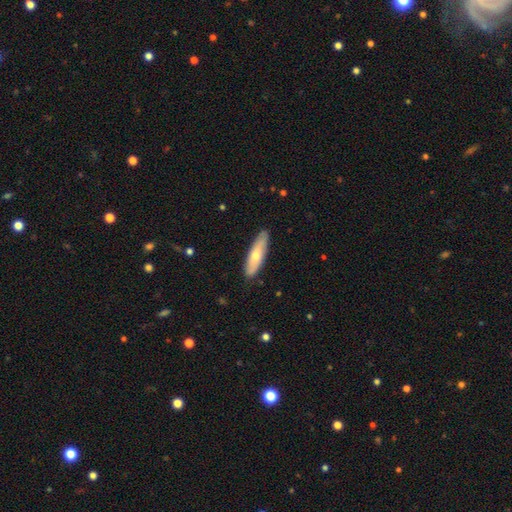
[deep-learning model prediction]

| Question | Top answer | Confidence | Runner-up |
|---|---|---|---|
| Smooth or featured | smooth | 62% | featured or disk (32%) |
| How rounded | cigar-shaped | 63% | in between (35%) |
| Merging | none | 86% | minor disturbance (11%) |